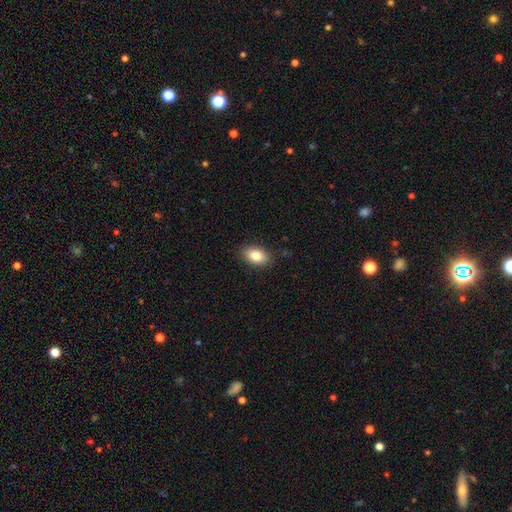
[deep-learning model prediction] A smooth galaxy with no disk features (84%) that is in between round and cigar-shaped (89%).

Vote fractions:
- Smooth or featured? smooth: 84% / featured or disk: 9% / star or artifact: 8%
- How rounded? in between: 89% / round: 10% / cigar-shaped: 2%
- Merging? none: 87% / minor disturbance: 10% / major disturbance: 2% / merger: 1%